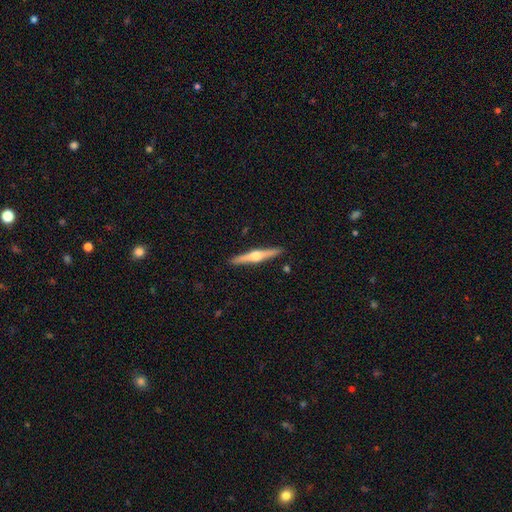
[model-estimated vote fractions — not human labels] Morphology: type=featured or disk (73%); edge-on=yes (98%); edge-on bulge=rounded (94%); merging=none (92%).